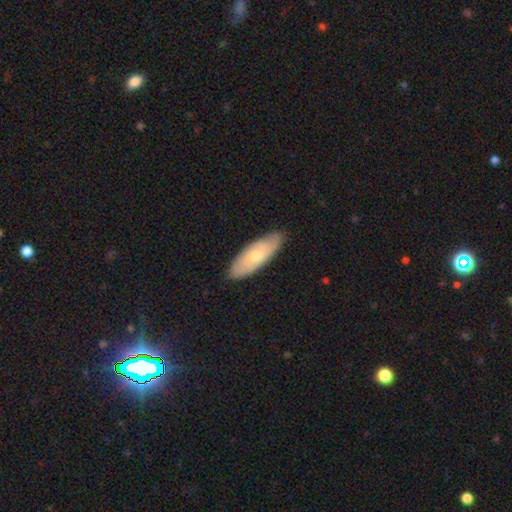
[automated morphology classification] smooth 56%, featured or disk 38%, star or artifact 6%. Down the decision tree: how rounded — in between (65%); merging — none (85%).